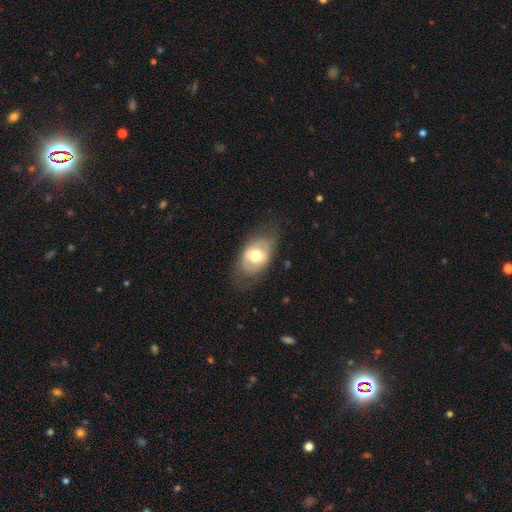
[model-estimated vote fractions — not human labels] Overall: smooth (51%; featured or disk 42%). How rounded: in between (85%). Merging: none (72%).